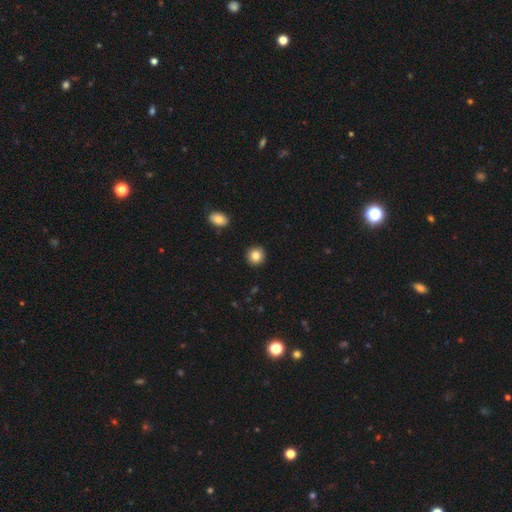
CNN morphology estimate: Smooth or featured?
  - smooth: 84% *
  - star or artifact: 9%
  - featured or disk: 7%
How rounded?
  - round: 92% *
  - in between: 8%
  - cigar-shaped: 1%
Merging?
  - none: 92% *
  - minor disturbance: 5%
  - major disturbance: 2%
  - merger: 1%